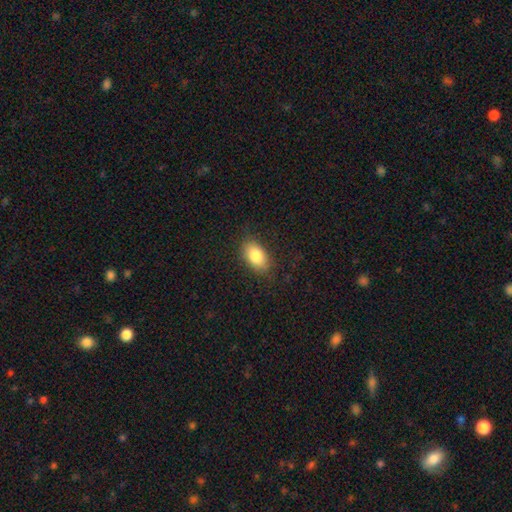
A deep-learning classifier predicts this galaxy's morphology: smooth 83%, featured or disk 9%, star or artifact 8%. Down the decision tree: how rounded — in between (91%); merging — none (83%).